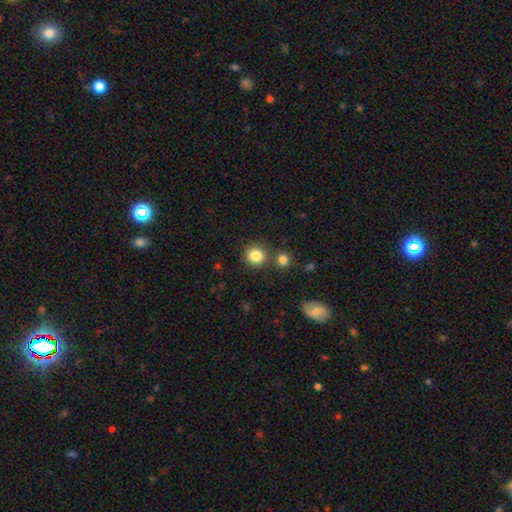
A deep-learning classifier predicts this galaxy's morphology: Smooth or featured: smooth — 84% (star or artifact — 10%)
How rounded: round — 90% (in between — 9%)
Merging: none — 79% (merger — 10%)